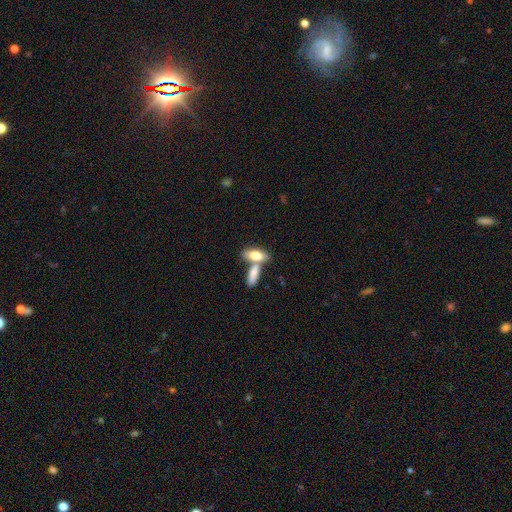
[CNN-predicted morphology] smooth_or_featured: smooth (p=0.76) [alt: featured or disk p=0.18]
how_rounded: in between (p=0.79) [alt: cigar-shaped p=0.17]
merging: merger (p=0.50) [alt: none p=0.37]